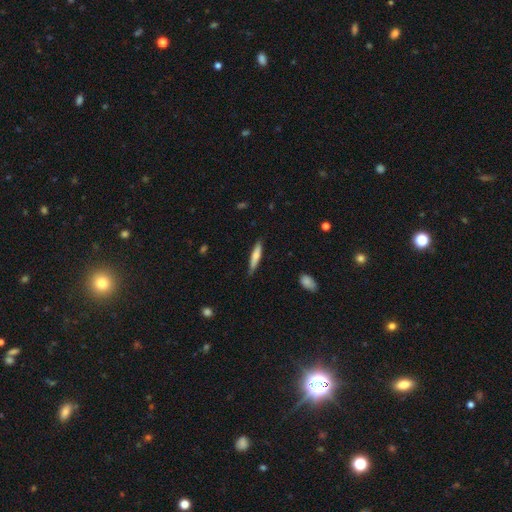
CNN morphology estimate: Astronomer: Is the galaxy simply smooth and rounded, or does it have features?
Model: smooth — 70%.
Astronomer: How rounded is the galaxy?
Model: cigar-shaped — 88%.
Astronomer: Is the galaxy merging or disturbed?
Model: none — 80%.